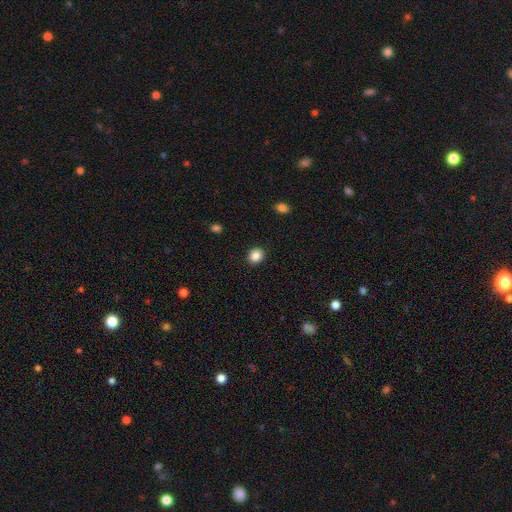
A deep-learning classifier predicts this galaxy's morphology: smooth 88%, star or artifact 9%, featured or disk 3%. Down the decision tree: how rounded — round (65%); merging — none (90%).